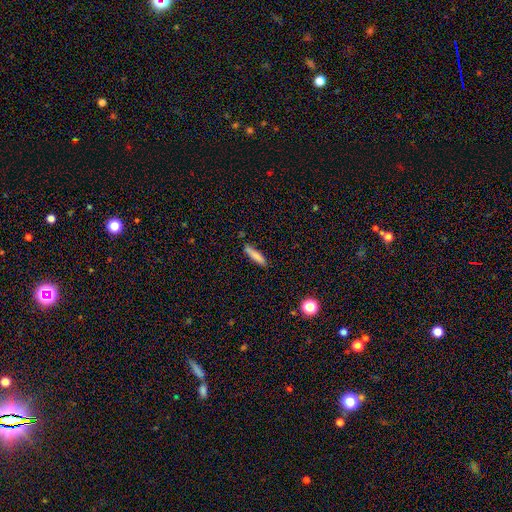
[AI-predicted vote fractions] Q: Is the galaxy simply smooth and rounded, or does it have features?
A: smooth — 82%.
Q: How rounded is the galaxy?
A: cigar-shaped — 82%.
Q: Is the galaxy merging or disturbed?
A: none — 79%.